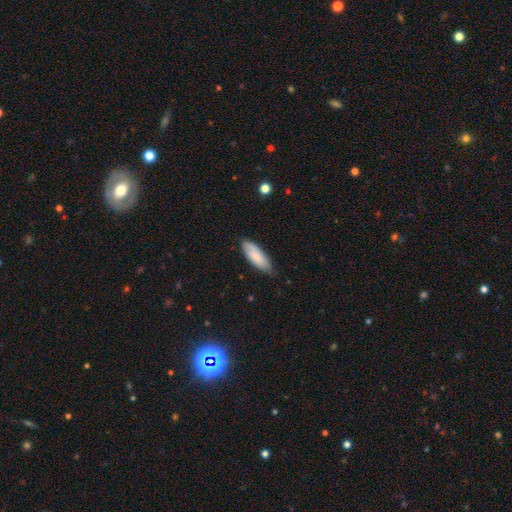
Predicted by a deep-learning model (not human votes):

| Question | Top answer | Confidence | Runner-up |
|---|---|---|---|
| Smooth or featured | smooth | 82% | featured or disk (13%) |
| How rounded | in between | 65% | cigar-shaped (33%) |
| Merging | none | 77% | minor disturbance (20%) |